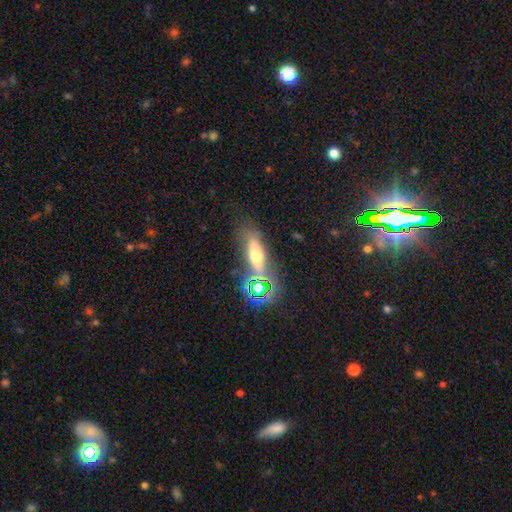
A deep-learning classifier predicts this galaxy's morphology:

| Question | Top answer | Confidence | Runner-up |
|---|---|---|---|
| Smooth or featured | smooth | 47% | featured or disk (28%) |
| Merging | none | 64% | minor disturbance (17%) |